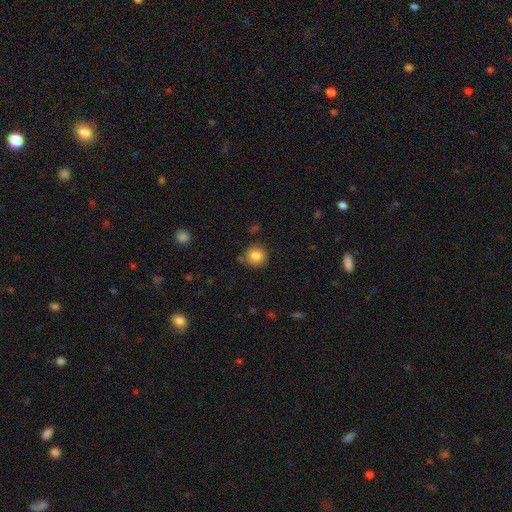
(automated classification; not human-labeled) Smooth or featured?
  - smooth: 83% *
  - star or artifact: 10%
  - featured or disk: 7%
How rounded?
  - round: 93% *
  - in between: 6%
  - cigar-shaped: 1%
Merging?
  - none: 83% *
  - minor disturbance: 11%
  - merger: 4%
  - major disturbance: 3%